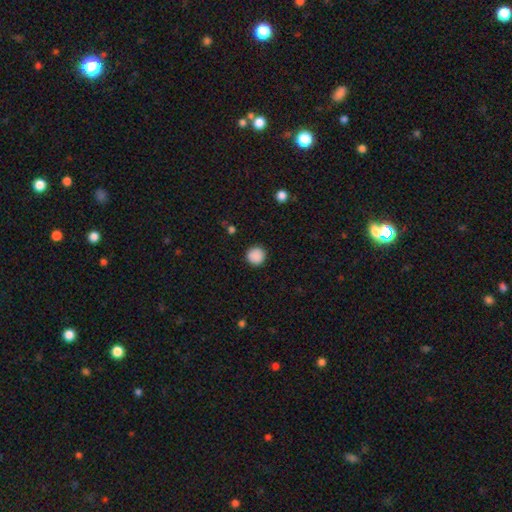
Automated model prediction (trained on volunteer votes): This appears to be a smooth galaxy with no disk features (89%) that is round (95%). Merging: none (92%).